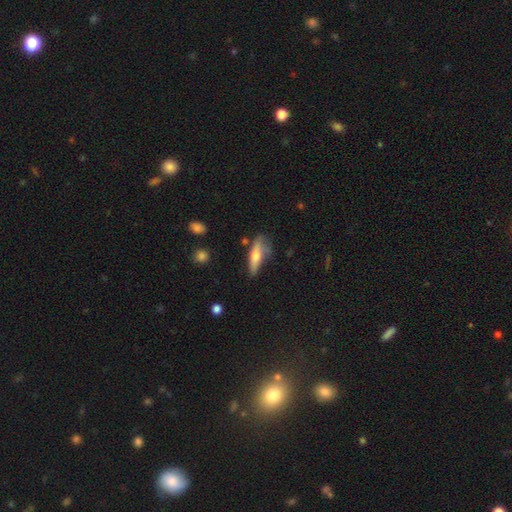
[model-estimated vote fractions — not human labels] Morphology: type=smooth (57%); roundness=cigar-shaped (60%); merging=none (55%).